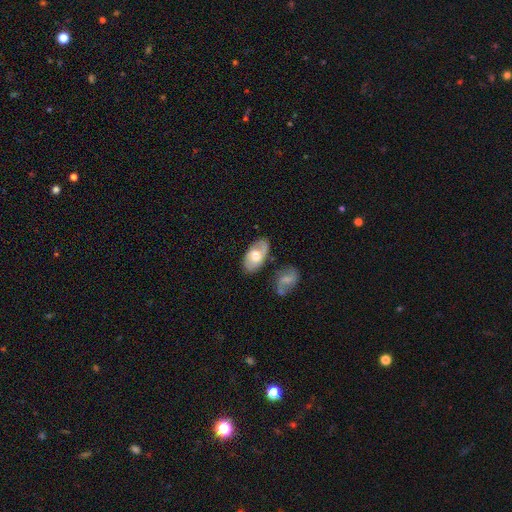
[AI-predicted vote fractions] Morphology: type=smooth (50%); merging=none (71%).